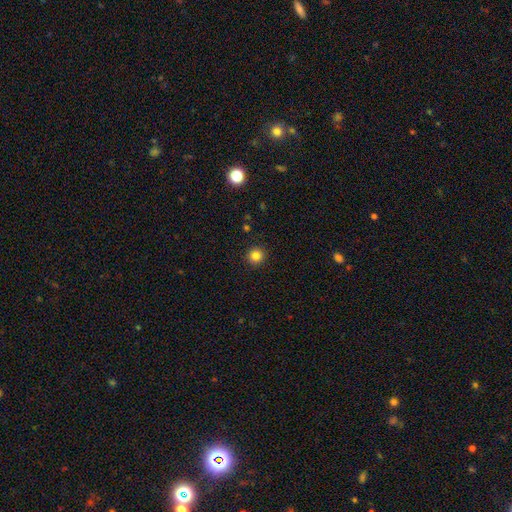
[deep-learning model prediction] Smooth or featured?
  - smooth: 84% *
  - star or artifact: 12%
  - featured or disk: 5%
How rounded?
  - round: 95% *
  - in between: 4%
  - cigar-shaped: 1%
Merging?
  - none: 93% *
  - minor disturbance: 5%
  - major disturbance: 2%
  - merger: 1%